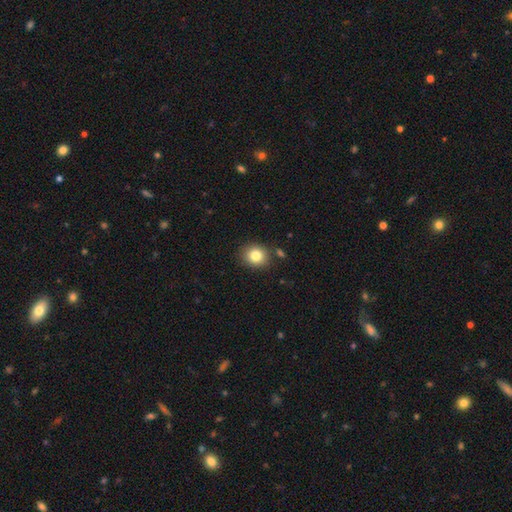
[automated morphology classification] smooth_or_featured: smooth (p=0.82) [alt: star or artifact p=0.10]
how_rounded: round (p=0.75) [alt: in between p=0.24]
merging: none (p=0.83) [alt: minor disturbance p=0.10]